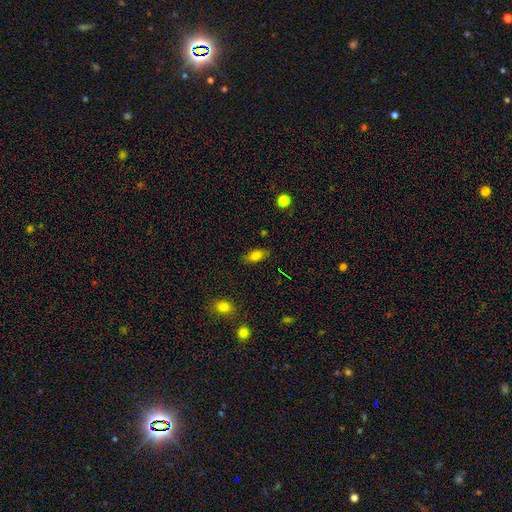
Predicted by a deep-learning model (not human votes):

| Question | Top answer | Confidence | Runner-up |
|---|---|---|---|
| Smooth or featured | smooth | 80% | featured or disk (11%) |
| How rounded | in between | 87% | cigar-shaped (8%) |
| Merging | none | 84% | minor disturbance (12%) |